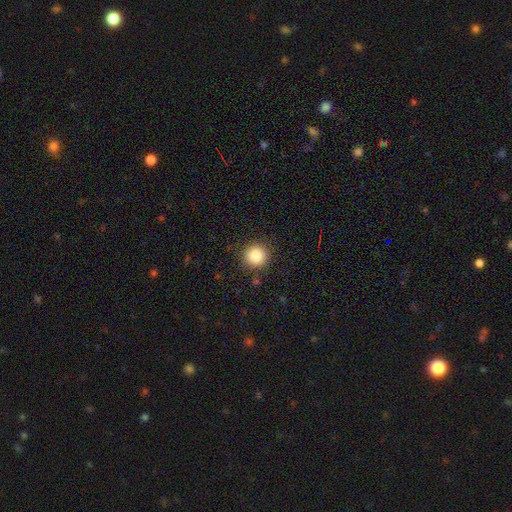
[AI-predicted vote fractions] smooth-or-featured: smooth: 86% | star or artifact: 10% | featured or disk: 4%
  how-rounded: round: 94% | in between: 5% | cigar-shaped: 1%
  merging: none: 88% | minor disturbance: 8% | major disturbance: 3% | merger: 1%